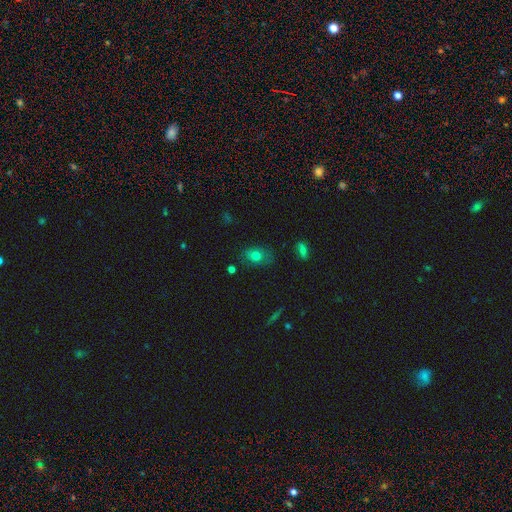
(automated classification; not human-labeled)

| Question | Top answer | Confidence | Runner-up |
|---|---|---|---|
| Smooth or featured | smooth | 70% | featured or disk (18%) |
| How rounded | in between | 71% | round (27%) |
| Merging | none | 75% | minor disturbance (18%) |